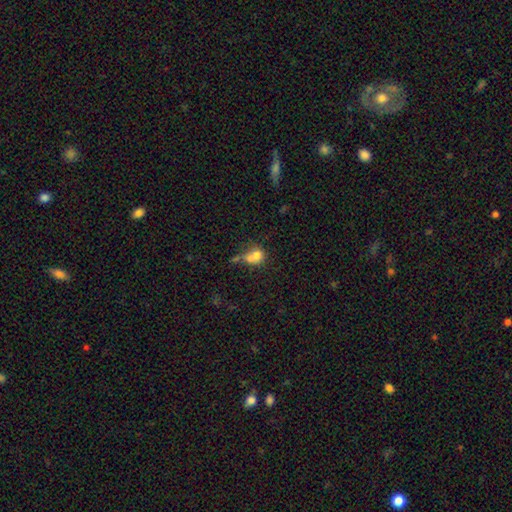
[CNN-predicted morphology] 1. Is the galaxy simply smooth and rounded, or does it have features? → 70% smooth, 19% featured or disk, 11% star or artifact.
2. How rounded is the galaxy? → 72% round, 27% in between, 1% cigar-shaped.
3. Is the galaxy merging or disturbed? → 57% merger, 25% none, 11% minor disturbance, 7% major disturbance.